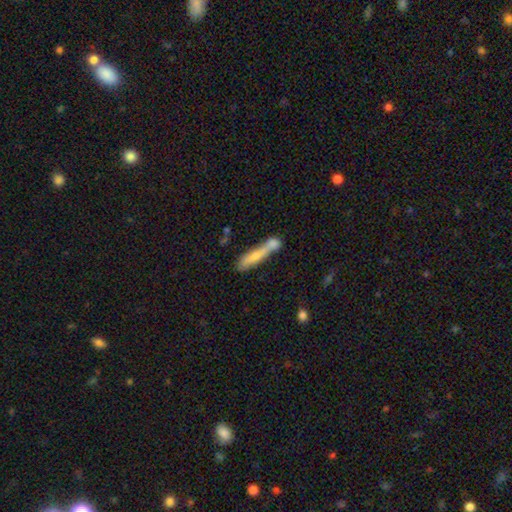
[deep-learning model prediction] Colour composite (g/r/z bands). It shows a smooth galaxy with no disk features (59%) that is cigar-shaped (84%). Merging: merger (45%).